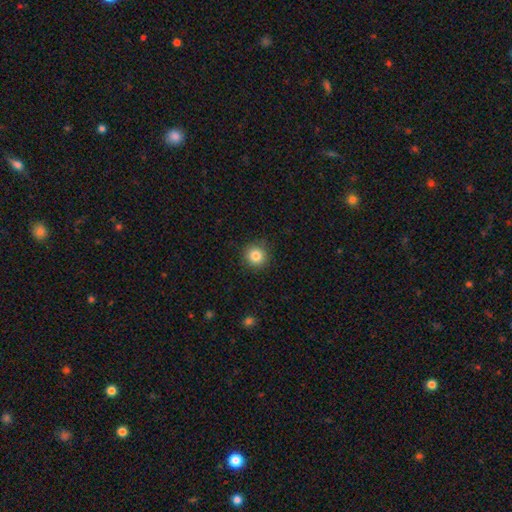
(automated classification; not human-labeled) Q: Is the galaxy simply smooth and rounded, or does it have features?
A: smooth — 84%.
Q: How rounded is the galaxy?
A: round — 94%.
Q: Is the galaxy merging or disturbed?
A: none — 90%.